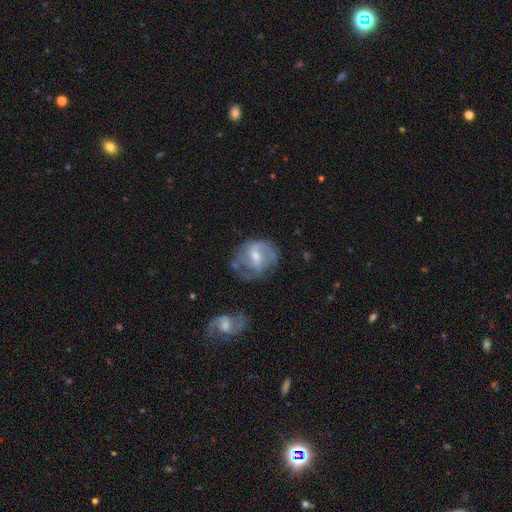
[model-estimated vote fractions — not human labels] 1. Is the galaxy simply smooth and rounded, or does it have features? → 80% featured or disk, 14% smooth, 6% star or artifact.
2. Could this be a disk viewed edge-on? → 97% no, 3% yes.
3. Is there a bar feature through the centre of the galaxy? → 56% weak, 22% no, 22% strong.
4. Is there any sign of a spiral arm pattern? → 91% yes, 9% no.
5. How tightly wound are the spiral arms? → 46% medium, 27% loose, 27% tight.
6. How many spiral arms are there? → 49% 2, 21% can't tell, 19% 3, 5% 1, 4% 4, 3% more than 4.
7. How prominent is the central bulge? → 49% moderate, 45% small, 3% none, 3% large, 1% dominant.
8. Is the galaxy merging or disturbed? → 58% none, 23% minor disturbance, 15% major disturbance, 5% merger.